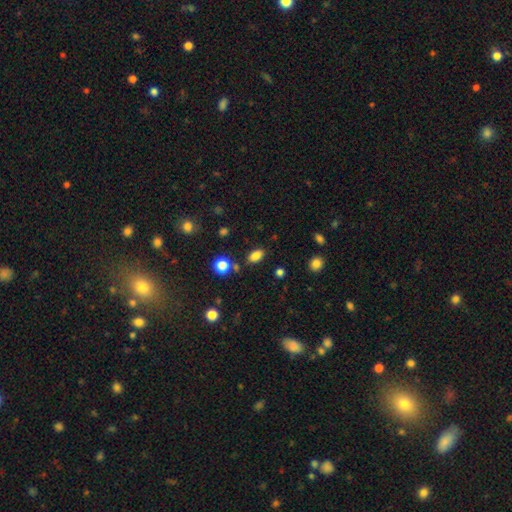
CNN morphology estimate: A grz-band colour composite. It shows a smooth galaxy with no disk features (83%) that is in between round and cigar-shaped (87%). Merging: none (81%).